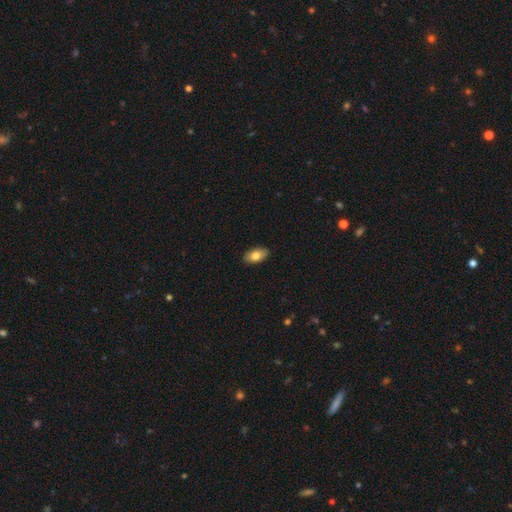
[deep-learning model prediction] The model was most divided on "smooth or featured": smooth: 79%, featured or disk: 15%, star or artifact: 7%. More confident: how rounded — in between (92%); merging — none (89%).